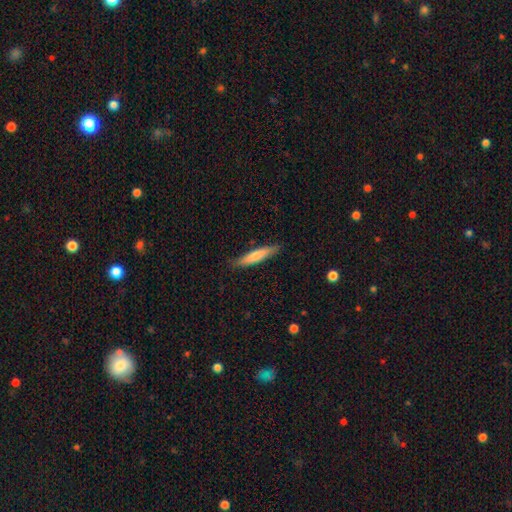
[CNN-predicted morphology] Q: Smooth or featured?
A: smooth (70%); runner-up: featured or disk (25%)
Q: How rounded?
A: cigar-shaped (88%); runner-up: in between (11%)
Q: Merging?
A: none (86%); runner-up: minor disturbance (11%)